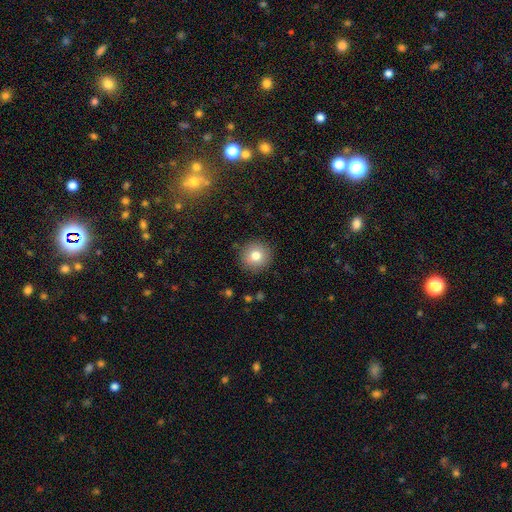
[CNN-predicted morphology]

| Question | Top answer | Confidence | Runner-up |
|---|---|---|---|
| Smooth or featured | smooth | 78% | star or artifact (11%) |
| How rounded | round | 94% | in between (5%) |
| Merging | none | 90% | minor disturbance (7%) |